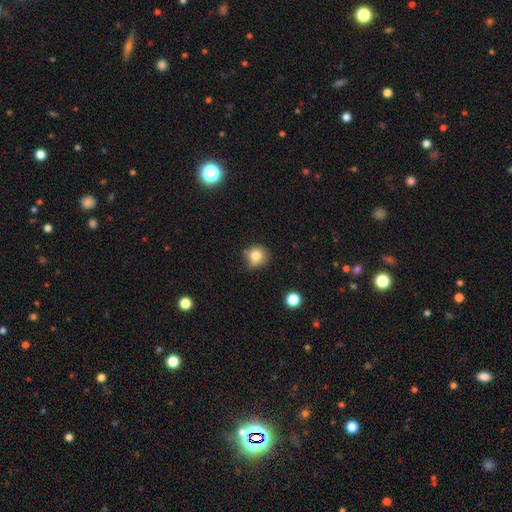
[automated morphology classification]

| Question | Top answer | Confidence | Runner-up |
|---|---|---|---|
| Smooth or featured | smooth | 80% | star or artifact (11%) |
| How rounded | round | 85% | in between (14%) |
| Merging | none | 64% | minor disturbance (25%) |